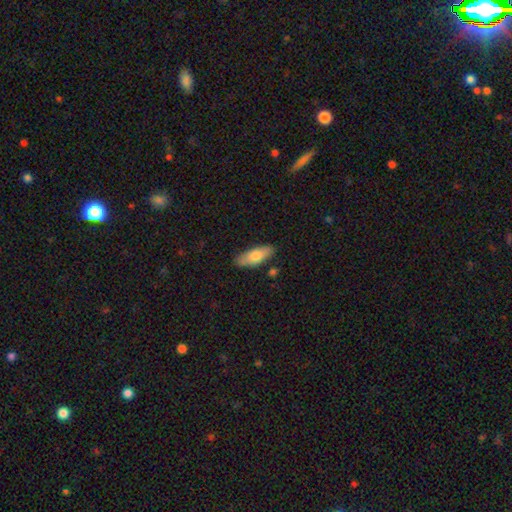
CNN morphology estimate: type=smooth (71%); roundness=in between (72%); merging=none (82%).